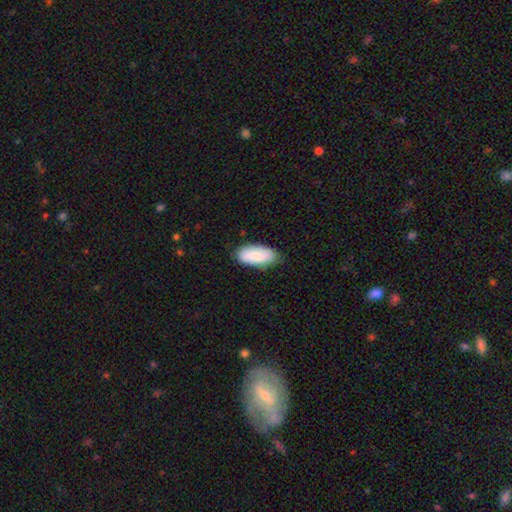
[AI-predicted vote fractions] Smooth or featured?
  - smooth: 82% *
  - featured or disk: 13%
  - star or artifact: 6%
How rounded?
  - in between: 88% *
  - cigar-shaped: 10%
  - round: 2%
Merging?
  - none: 80% *
  - minor disturbance: 17%
  - major disturbance: 3%
  - merger: 1%